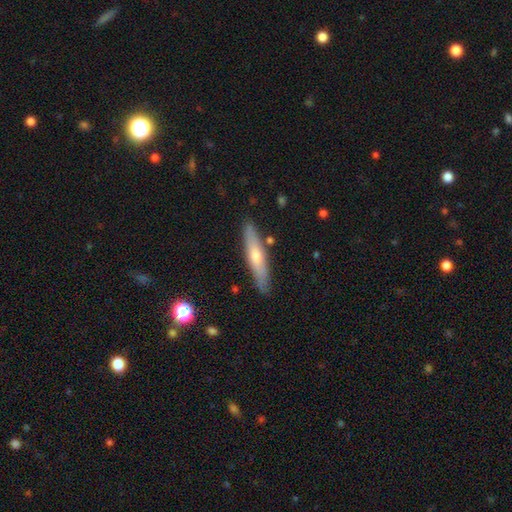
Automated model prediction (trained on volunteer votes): A smooth galaxy with no disk features (50%). Merging: none (85%).